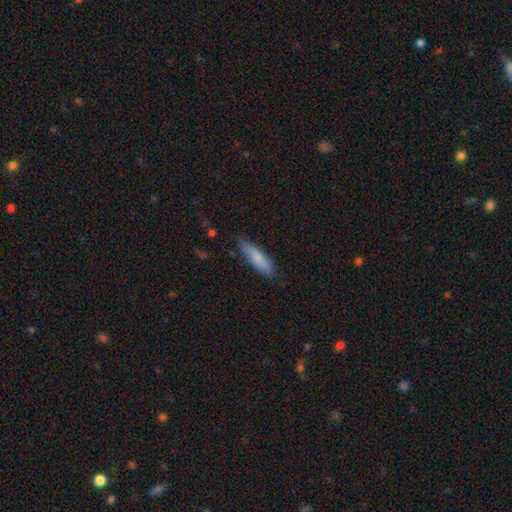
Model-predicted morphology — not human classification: Smooth or featured?
  - smooth: 78% *
  - featured or disk: 16%
  - star or artifact: 6%
How rounded?
  - cigar-shaped: 71% *
  - in between: 28%
  - round: 2%
Merging?
  - none: 75% *
  - minor disturbance: 21%
  - major disturbance: 3%
  - merger: 1%